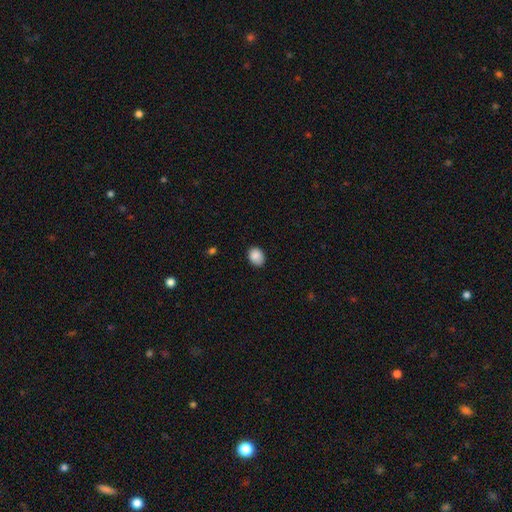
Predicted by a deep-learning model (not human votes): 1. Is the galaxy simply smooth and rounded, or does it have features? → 88% smooth, 8% star or artifact, 4% featured or disk.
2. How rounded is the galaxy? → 63% in between, 36% round, 1% cigar-shaped.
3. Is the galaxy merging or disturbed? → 82% none, 15% minor disturbance, 3% major disturbance, 1% merger.